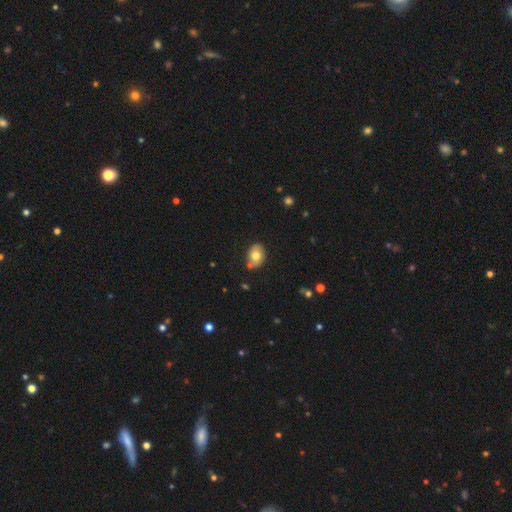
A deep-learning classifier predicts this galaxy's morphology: smooth 68%, featured or disk 24%, star or artifact 8%. Down the decision tree: how rounded — in between (72%); merging — none (70%).